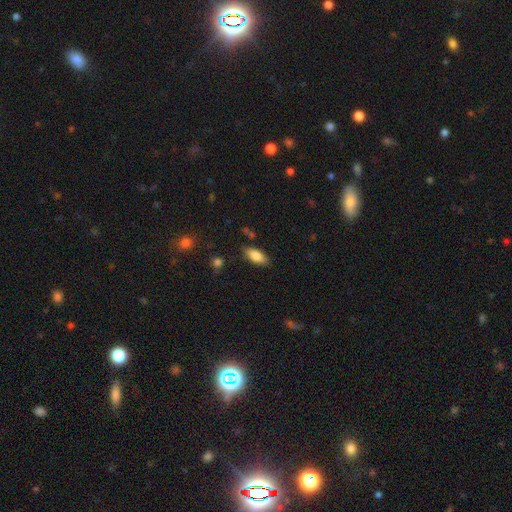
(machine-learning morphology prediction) Smooth or featured? smooth (80%)
How rounded? in between (79%)
Merging? none (81%)